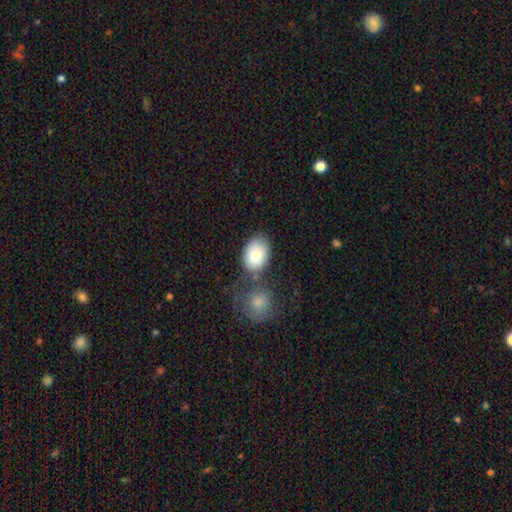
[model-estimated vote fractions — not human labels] smooth-or-featured: smooth: 83% | featured or disk: 11% | star or artifact: 7%
  how-rounded: in between: 77% | round: 22% | cigar-shaped: 1%
  merging: none: 60% | merger: 18% | minor disturbance: 17% | major disturbance: 5%